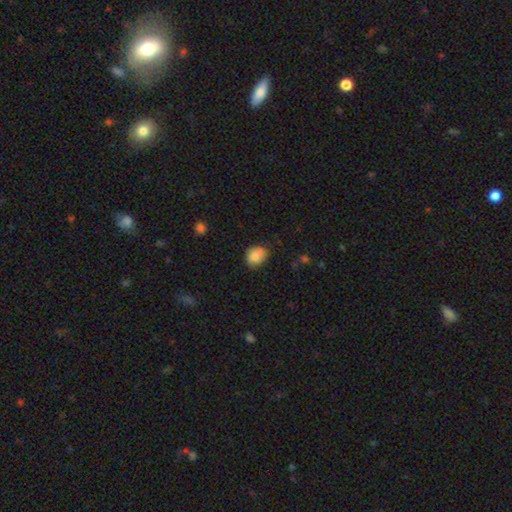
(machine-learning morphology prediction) Smooth or featured? Predicted: smooth (p=0.81). How rounded? Predicted: round (p=0.55). Merging? Predicted: none (p=0.61).